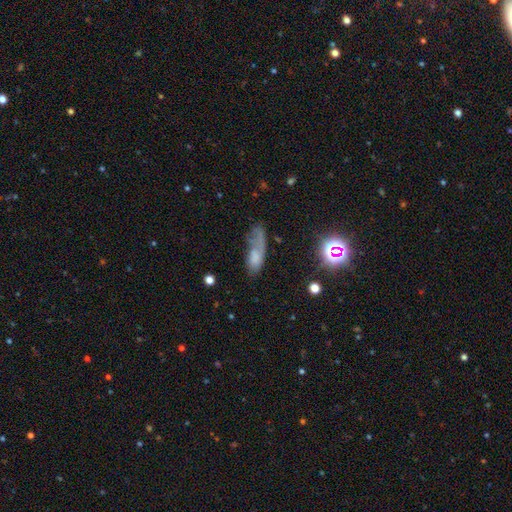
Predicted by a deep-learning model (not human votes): A smooth galaxy with no disk features (56%) that is in between round and cigar-shaped (67%). Merging: major disturbance (38%).